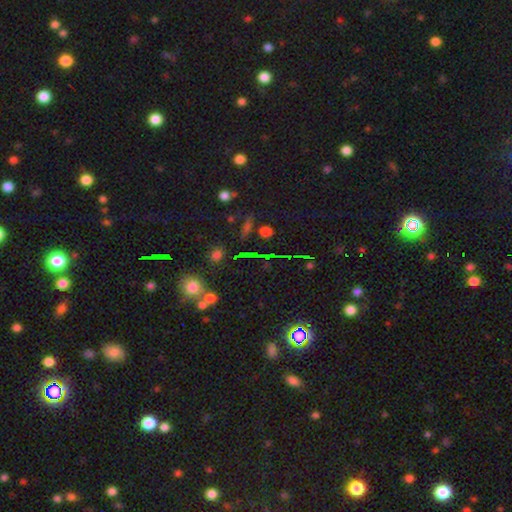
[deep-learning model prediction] smooth-or-featured: star or artifact: 58% | smooth: 28% | featured or disk: 14%